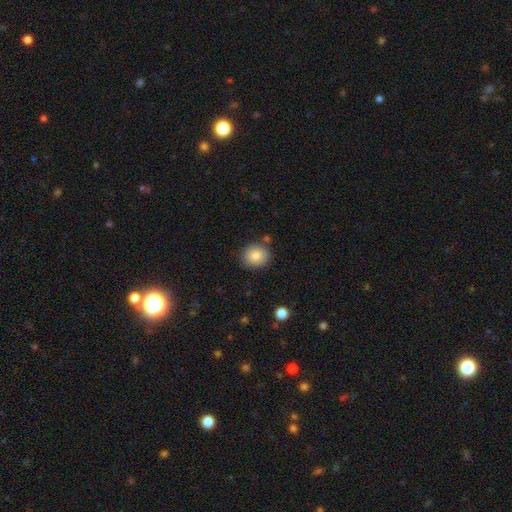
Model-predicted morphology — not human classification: A smooth galaxy with no disk features (84%) that is round (82%). Merging: none (83%).